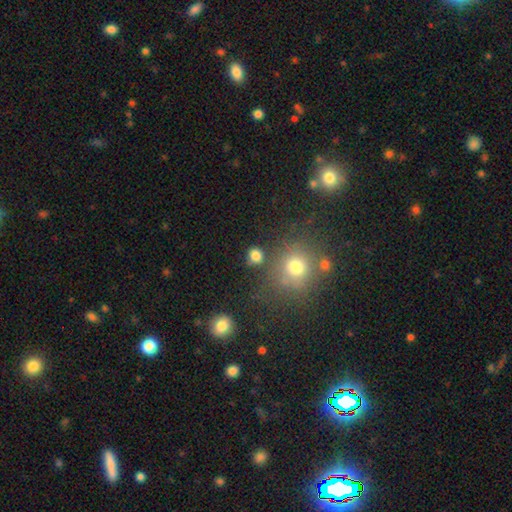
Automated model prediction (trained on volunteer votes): Smooth or featured: smooth — 81% (star or artifact — 14%)
How rounded: round — 82% (in between — 17%)
Merging: none — 78% (minor disturbance — 9%)